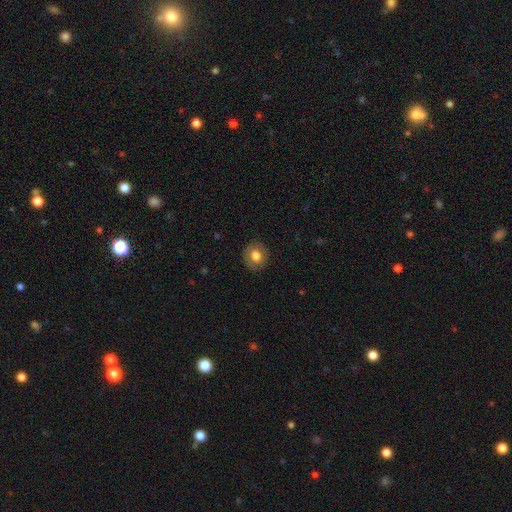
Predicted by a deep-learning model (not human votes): Overall: smooth (72%). How rounded: round (78%). Merging: none (87%).